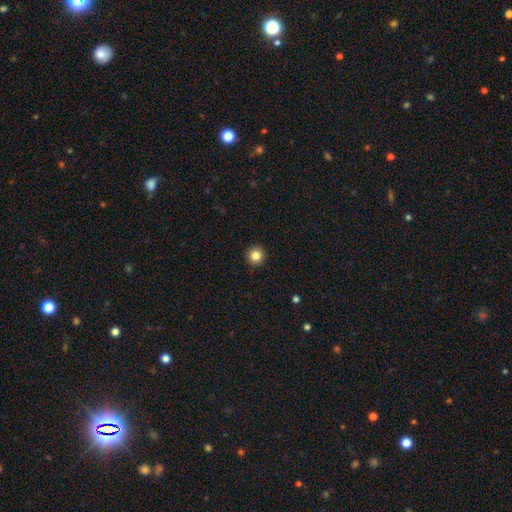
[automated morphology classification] The model was most divided on "smooth or featured": smooth: 84%, star or artifact: 11%, featured or disk: 5%. More confident: how rounded — round (95%); merging — none (93%).